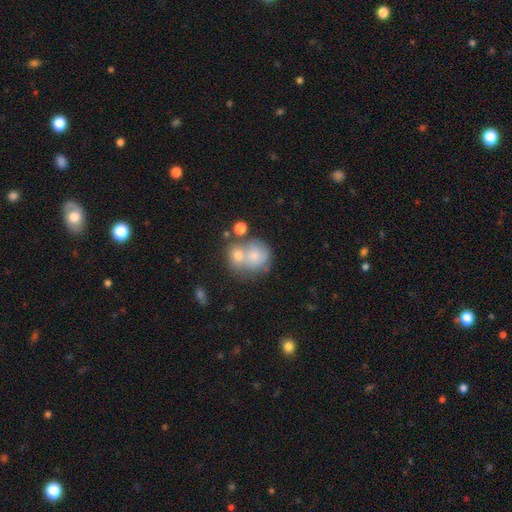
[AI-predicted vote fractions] smooth 65%, featured or disk 26%, star or artifact 9%. Down the decision tree: how rounded — round (76%); merging — merger (54%).